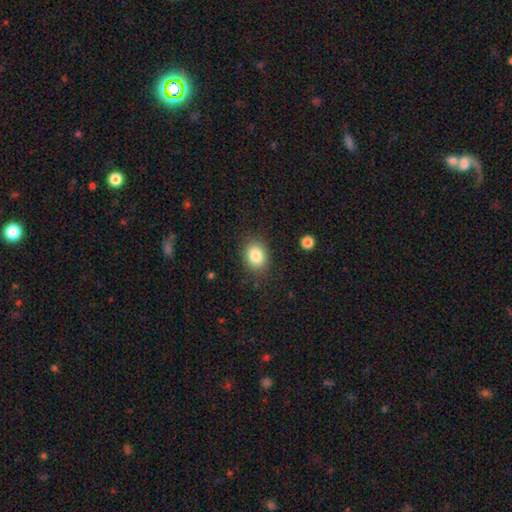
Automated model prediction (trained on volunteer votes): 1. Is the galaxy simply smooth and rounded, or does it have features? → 83% smooth, 9% star or artifact, 7% featured or disk.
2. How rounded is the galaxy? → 54% in between, 46% round, 1% cigar-shaped.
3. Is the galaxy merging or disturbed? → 84% none, 11% minor disturbance, 4% major disturbance, 1% merger.